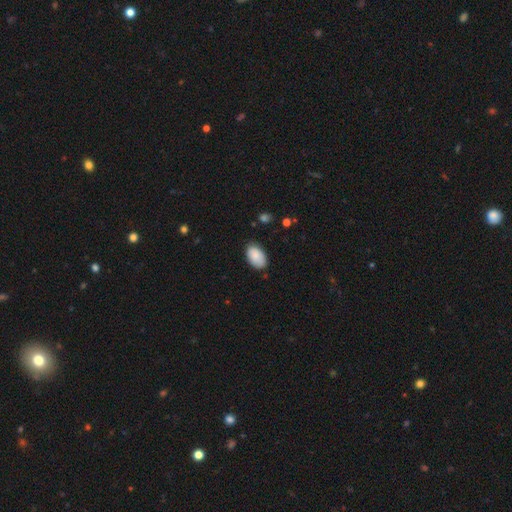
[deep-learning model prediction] smooth_or_featured: smooth (p=0.88) [alt: star or artifact p=0.06]
how_rounded: in between (p=0.94) [alt: round p=0.05]
merging: none (p=0.81) [alt: minor disturbance p=0.15]